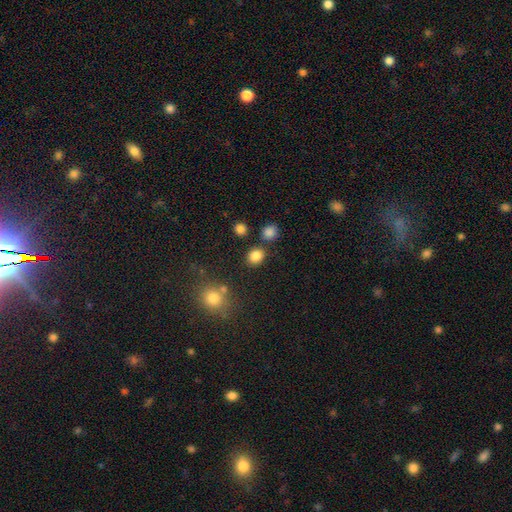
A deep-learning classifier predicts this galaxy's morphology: This is clearly a smooth galaxy (84%). How rounded: likely round (69%). Merging: clearly none (81%).